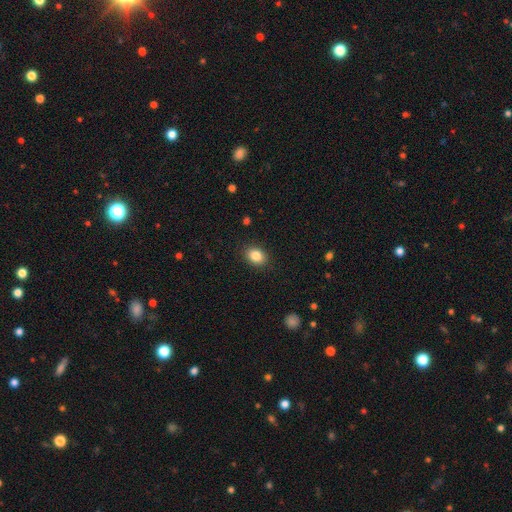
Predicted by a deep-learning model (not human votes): Smooth or featured? Predicted: smooth (p=0.85). How rounded? Predicted: in between (p=0.63). Merging? Predicted: none (p=0.89).